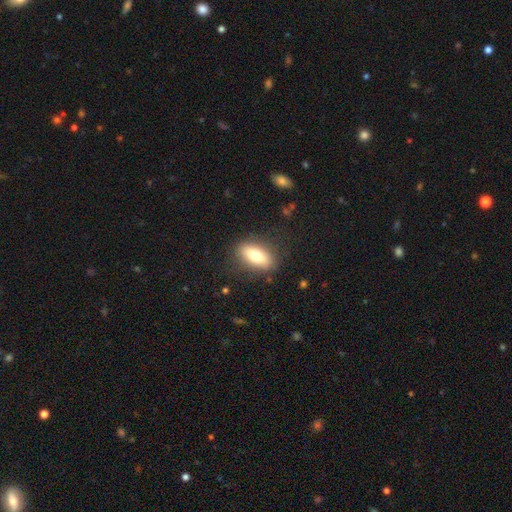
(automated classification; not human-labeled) Smooth or featured? smooth (74%)
How rounded? in between (83%)
Merging? none (84%)